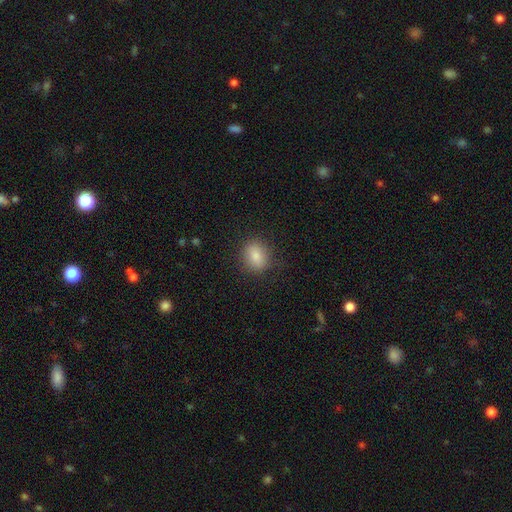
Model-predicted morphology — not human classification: type=smooth (83%); roundness=round (53%); merging=none (86%).